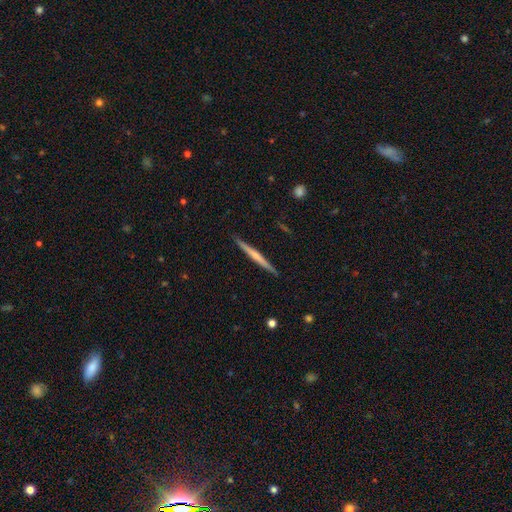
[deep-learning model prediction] Overall: featured or disk (55%; smooth 40%). Edge-on disk: yes (98%). Edge-on bulge: none (63%; rounded 30%). Merging: none (91%).